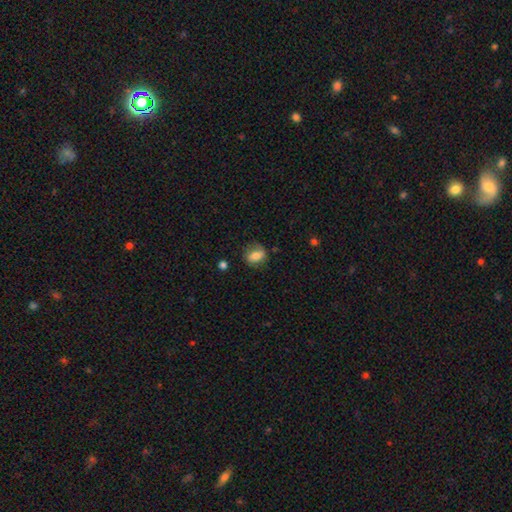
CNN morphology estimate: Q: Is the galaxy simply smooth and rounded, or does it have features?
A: smooth — 74%.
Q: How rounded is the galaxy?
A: in between — 66%.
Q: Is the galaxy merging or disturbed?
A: none — 70%.